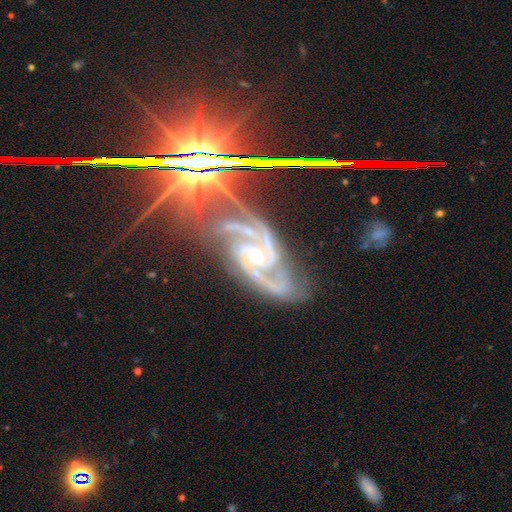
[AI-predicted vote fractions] Overall: featured or disk (89%). Edge-on disk: no (97%). Bar: no (49%; weak 33%). Spiral arms: yes (99%). Spiral arm count: 3 (46%; 2 30%). Spiral winding: medium (50%; tight 43%). Bulge size: small (49%; moderate 47%). Merging: none (62%; minor disturbance 22%).